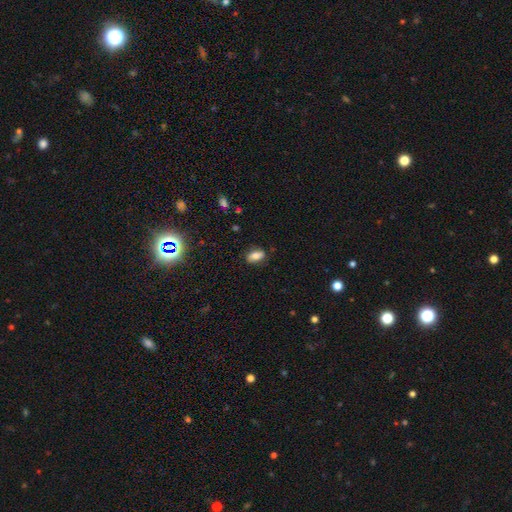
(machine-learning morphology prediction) Smooth or featured?
  - smooth: 72% *
  - featured or disk: 17%
  - star or artifact: 11%
How rounded?
  - in between: 85% *
  - cigar-shaped: 8%
  - round: 7%
Merging?
  - none: 80% *
  - minor disturbance: 15%
  - major disturbance: 4%
  - merger: 2%